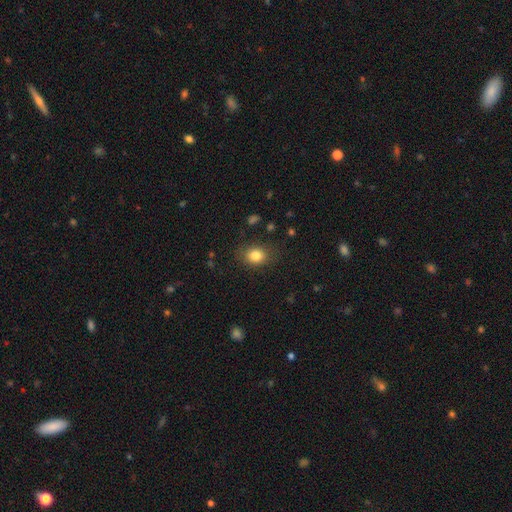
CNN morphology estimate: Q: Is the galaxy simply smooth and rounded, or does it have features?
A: smooth — 82%.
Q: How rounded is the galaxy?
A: in between — 51%.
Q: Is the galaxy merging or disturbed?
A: none — 82%.